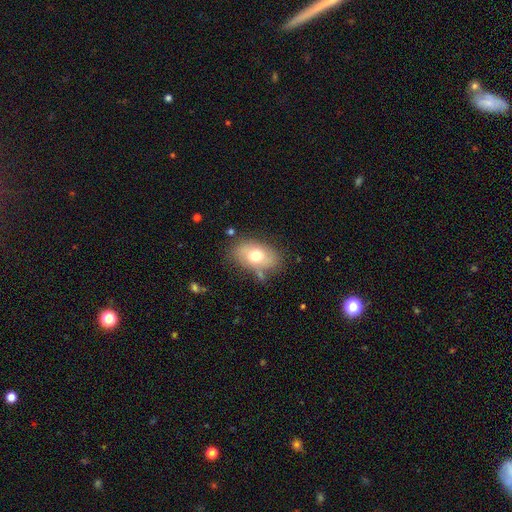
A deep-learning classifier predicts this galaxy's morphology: smooth 66%, featured or disk 26%, star or artifact 8%. Down the decision tree: how rounded — in between (88%); merging — none (70%).